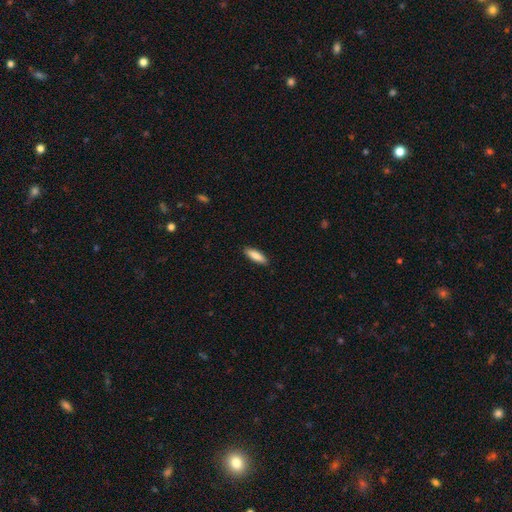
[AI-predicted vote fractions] Smooth or featured?
  - smooth: 86% *
  - featured or disk: 9%
  - star or artifact: 6%
How rounded?
  - cigar-shaped: 52% *
  - in between: 46%
  - round: 2%
Merging?
  - none: 89% *
  - minor disturbance: 9%
  - major disturbance: 2%
  - merger: 1%